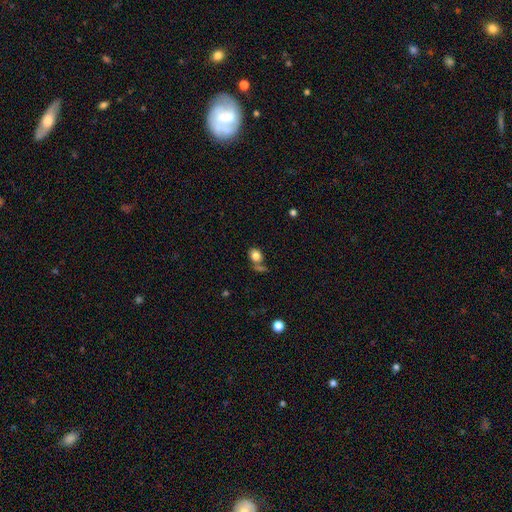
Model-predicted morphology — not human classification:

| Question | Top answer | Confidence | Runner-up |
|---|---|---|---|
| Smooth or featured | smooth | 82% | star or artifact (10%) |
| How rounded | round | 50% | in between (48%) |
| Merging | none | 53% | merger (25%) |